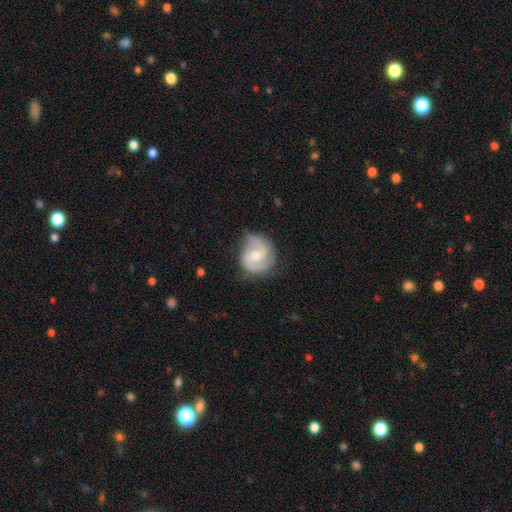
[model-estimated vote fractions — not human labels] Smooth or featured? Predicted: featured or disk (p=0.77). Edge-on disk? Predicted: no (p=0.98). Bar? Predicted: no (p=0.53). Spiral arms? Predicted: yes (p=0.94). Spiral winding? Predicted: medium (p=0.46). Spiral arm count? Predicted: 2 (p=0.82). Bulge size? Predicted: moderate (p=0.68). Merging? Predicted: none (p=0.66).